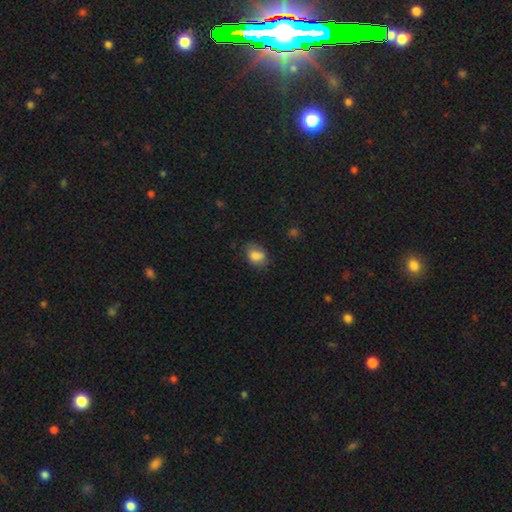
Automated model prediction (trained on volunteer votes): smooth-or-featured: smooth: 82% | featured or disk: 9% | star or artifact: 9%
  how-rounded: in between: 70% | round: 29% | cigar-shaped: 1%
  merging: none: 64% | minor disturbance: 26% | major disturbance: 8% | merger: 3%